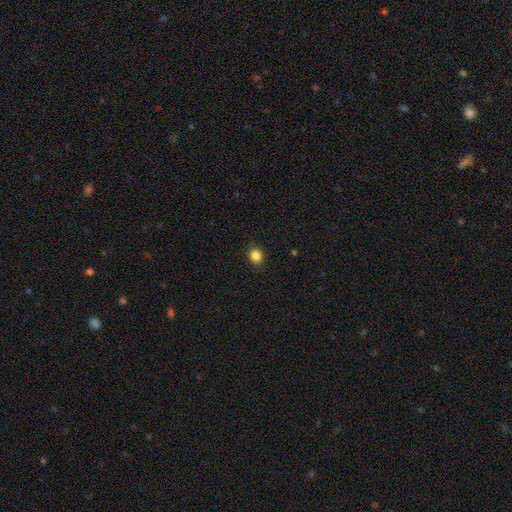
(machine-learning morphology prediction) Q: Smooth or featured?
A: smooth (85%); runner-up: star or artifact (11%)
Q: How rounded?
A: round (76%); runner-up: in between (23%)
Q: Merging?
A: none (90%); runner-up: minor disturbance (7%)